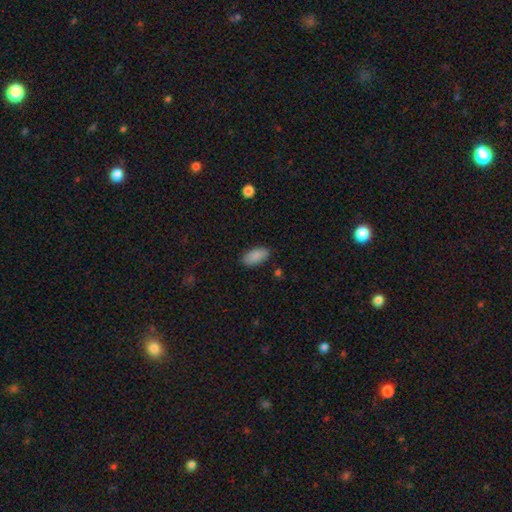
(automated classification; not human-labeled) Overall: smooth (89%). How rounded: in between (93%). Merging: none (86%).